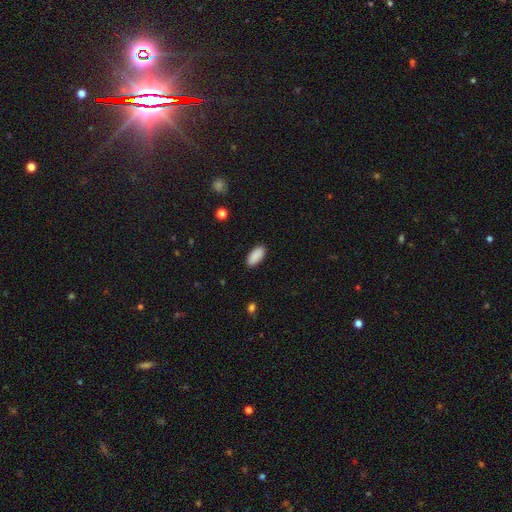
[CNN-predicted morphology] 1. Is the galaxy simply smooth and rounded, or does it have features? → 90% smooth, 7% star or artifact, 3% featured or disk.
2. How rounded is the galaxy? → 91% in between, 7% cigar-shaped, 2% round.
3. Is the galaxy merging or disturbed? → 89% none, 8% minor disturbance, 2% major disturbance, 1% merger.